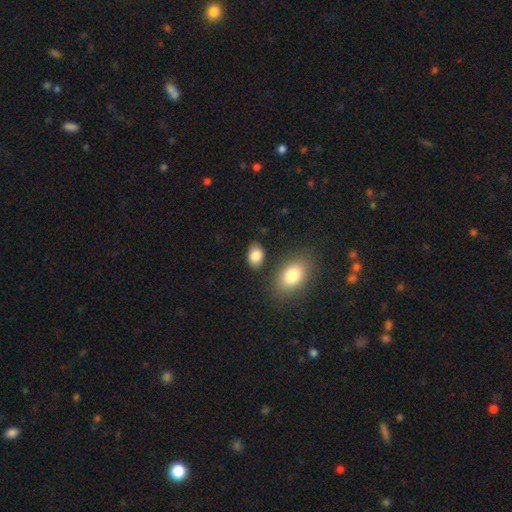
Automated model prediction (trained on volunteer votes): A smooth galaxy with no disk features (85%) that is in between round and cigar-shaped (84%).

Vote fractions:
- Smooth or featured? smooth: 85% / star or artifact: 8% / featured or disk: 7%
- How rounded? in between: 84% / round: 15% / cigar-shaped: 1%
- Merging? none: 80% / minor disturbance: 11% / merger: 6% / major disturbance: 3%